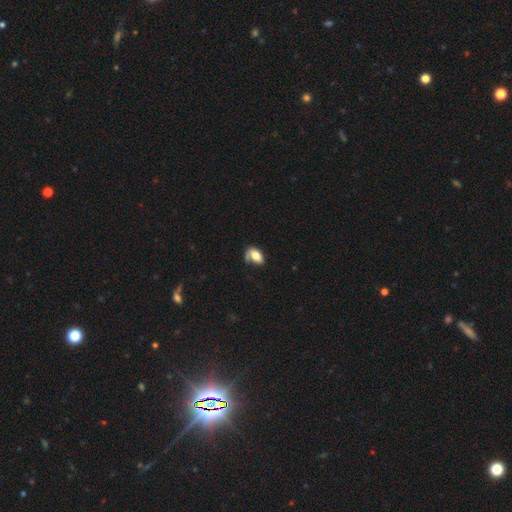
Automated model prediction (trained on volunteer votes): Morphology: type=smooth (71%); roundness=in between (90%); merging=none (43%).